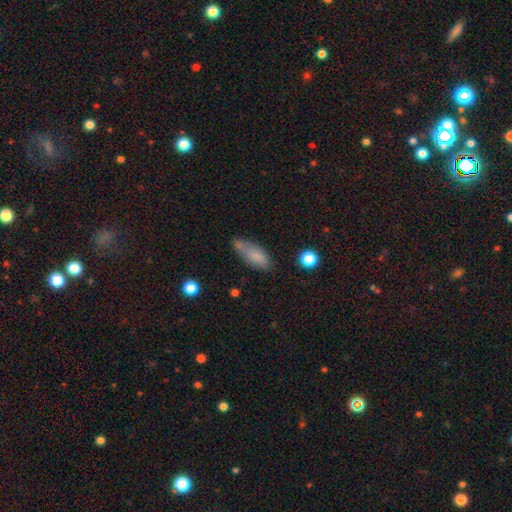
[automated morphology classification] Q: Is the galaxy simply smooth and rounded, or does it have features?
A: smooth — 79%.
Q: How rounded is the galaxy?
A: in between — 74%.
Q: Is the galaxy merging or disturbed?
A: none — 52%.